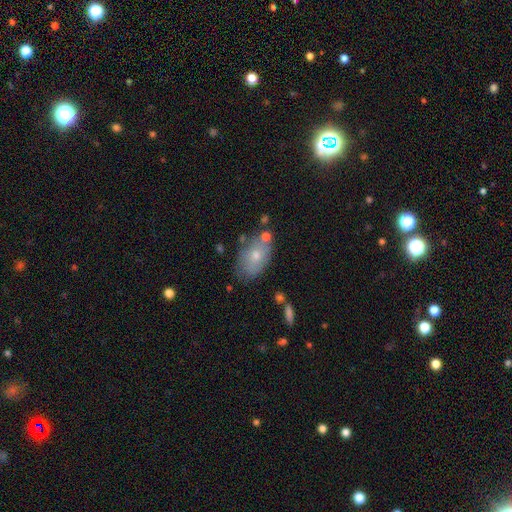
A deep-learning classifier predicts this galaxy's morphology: The model was most divided on "smooth or featured": smooth: 66%, featured or disk: 26%, star or artifact: 8%. More confident: how rounded — in between (88%); merging — none (64%).